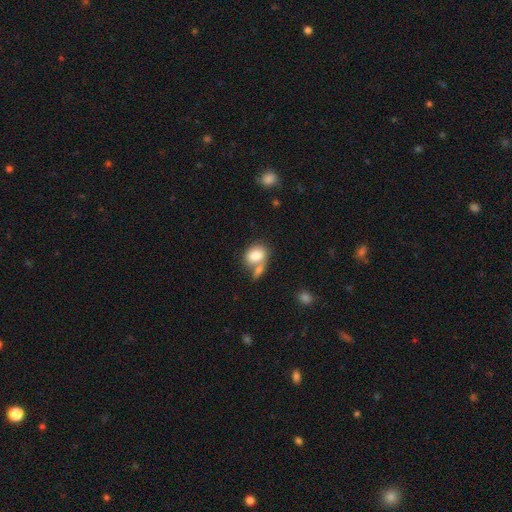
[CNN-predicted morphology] A smooth galaxy with no disk features (82%) that is in between round and cigar-shaped (70%).

Vote fractions:
- Smooth or featured? smooth: 82% / featured or disk: 11% / star or artifact: 8%
- How rounded? in between: 70% / round: 29% / cigar-shaped: 1%
- Merging? merger: 46% / none: 35% / minor disturbance: 12% / major disturbance: 6%